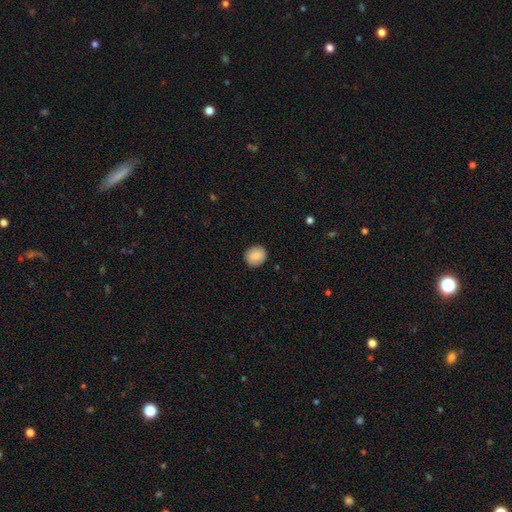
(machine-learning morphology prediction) type=smooth (85%); roundness=round (84%); merging=none (90%).